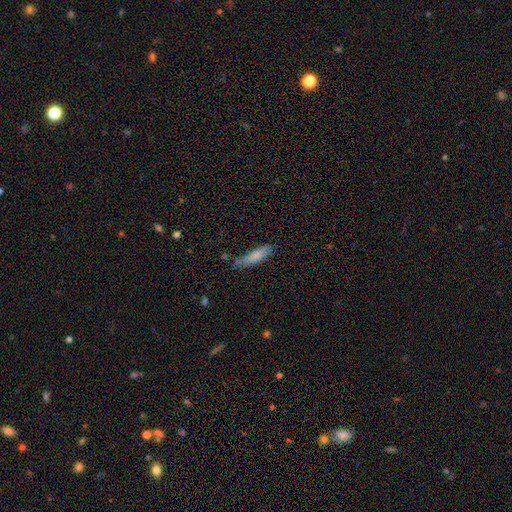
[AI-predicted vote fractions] This appears to be a smooth galaxy with no disk features (81%) that is cigar-shaped (74%). Merging: none (70%).